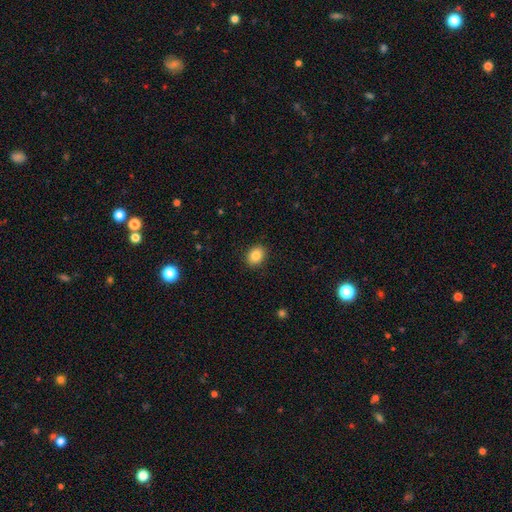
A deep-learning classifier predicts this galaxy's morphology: Q: Smooth or featured?
A: smooth (86%); runner-up: star or artifact (9%)
Q: How rounded?
A: in between (63%); runner-up: round (37%)
Q: Merging?
A: none (89%); runner-up: minor disturbance (8%)